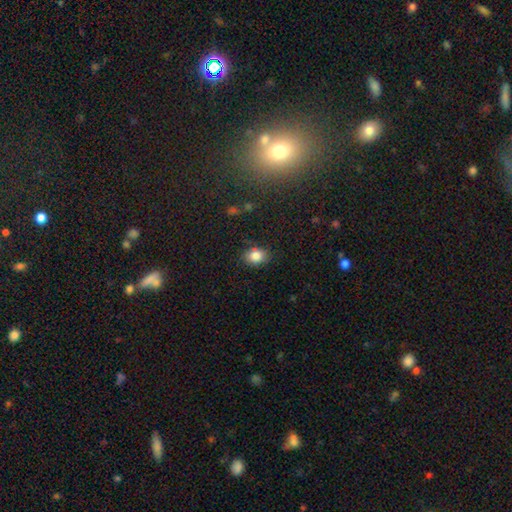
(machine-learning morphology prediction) This appears to be a smooth galaxy with no disk features (83%) that is in between round and cigar-shaped (58%). Merging: none (81%).